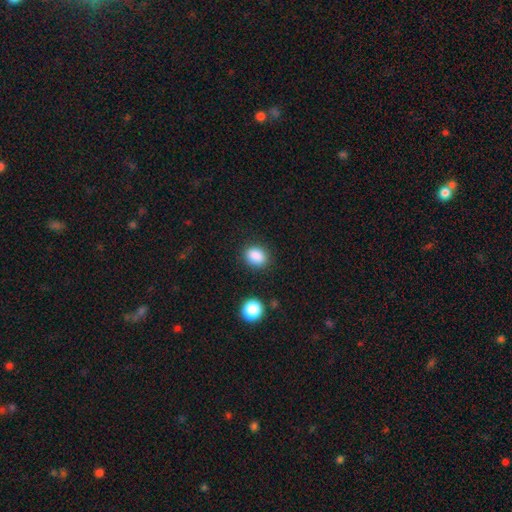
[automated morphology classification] smooth 87%, star or artifact 10%, featured or disk 3%. Down the decision tree: how rounded — in between (57%); merging — none (84%).